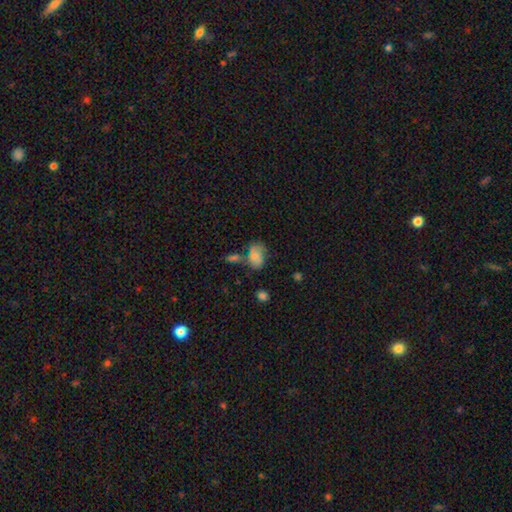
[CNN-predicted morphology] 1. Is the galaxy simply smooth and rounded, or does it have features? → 72% smooth, 18% featured or disk, 10% star or artifact.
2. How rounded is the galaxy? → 78% in between, 21% round, 1% cigar-shaped.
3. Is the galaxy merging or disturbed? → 40% none, 25% minor disturbance, 22% merger, 14% major disturbance.